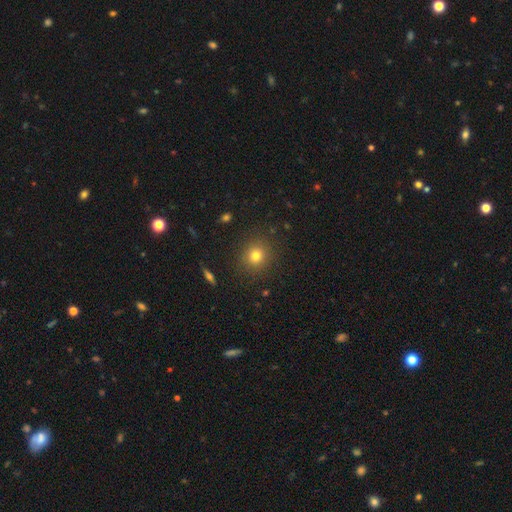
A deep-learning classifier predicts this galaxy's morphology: Smooth or featured: smooth — 78% (star or artifact — 14%)
How rounded: round — 88% (in between — 11%)
Merging: none — 88% (minor disturbance — 7%)